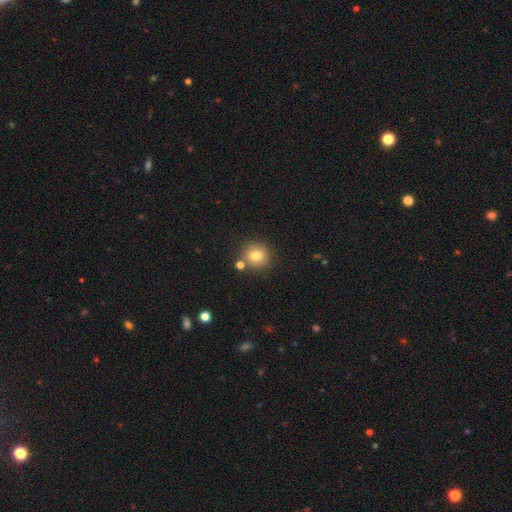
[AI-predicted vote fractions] Morphology: type=smooth (78%); roundness=round (91%); merging=none (79%).